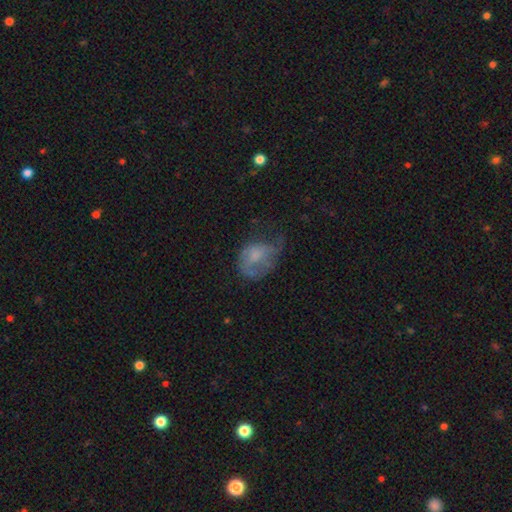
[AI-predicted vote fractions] smooth 51%, featured or disk 38%, star or artifact 10%. Down the decision tree: how rounded — in between (63%); merging — major disturbance (40%).